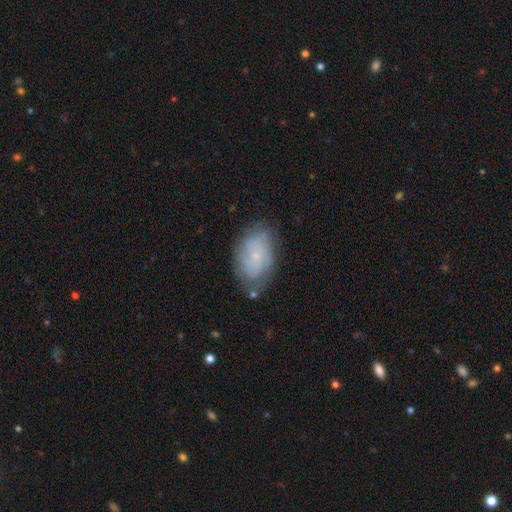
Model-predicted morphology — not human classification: This appears to be a featured or disk galaxy (55%) with no bar (80%), spiral arms (73%) and a small central bulge (81%). Merging: none (68%).